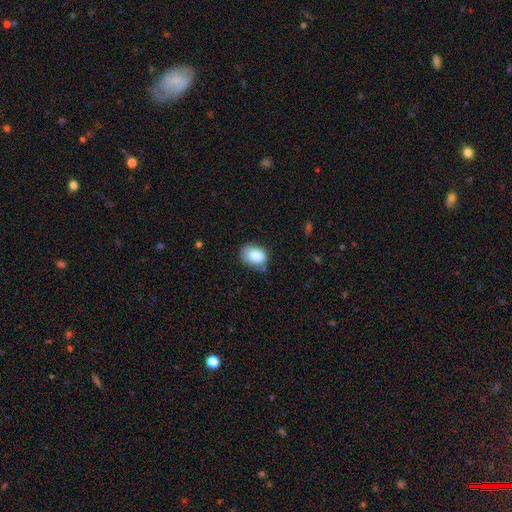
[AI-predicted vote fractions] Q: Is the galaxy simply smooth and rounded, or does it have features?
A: smooth — 82%.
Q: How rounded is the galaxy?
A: in between — 73%.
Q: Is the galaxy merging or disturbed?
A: none — 59%.